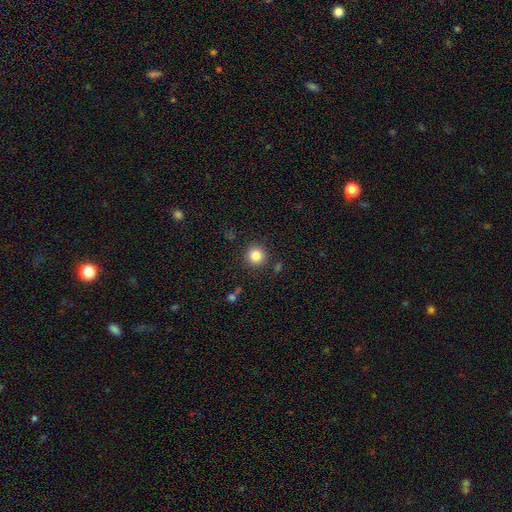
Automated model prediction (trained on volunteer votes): Q: Smooth or featured?
A: smooth (83%); runner-up: star or artifact (11%)
Q: How rounded?
A: round (94%); runner-up: in between (5%)
Q: Merging?
A: none (89%); runner-up: minor disturbance (6%)